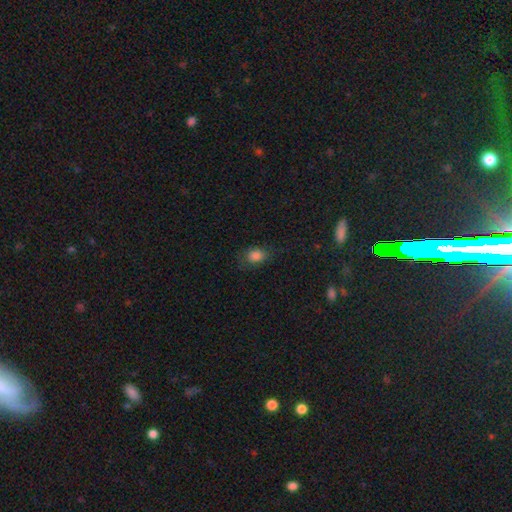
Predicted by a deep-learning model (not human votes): Q: Smooth or featured?
A: smooth (81%); runner-up: star or artifact (12%)
Q: How rounded?
A: in between (66%); runner-up: round (33%)
Q: Merging?
A: none (68%); runner-up: minor disturbance (22%)